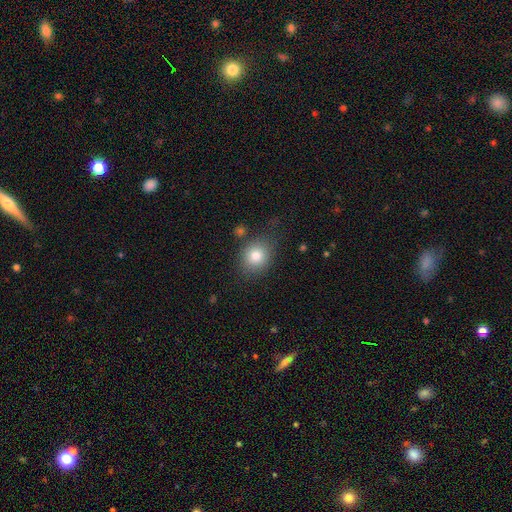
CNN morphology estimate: smooth-or-featured: smooth: 81% | star or artifact: 10% | featured or disk: 9%
  how-rounded: round: 68% | in between: 31% | cigar-shaped: 1%
  merging: none: 71% | minor disturbance: 17% | major disturbance: 7% | merger: 5%